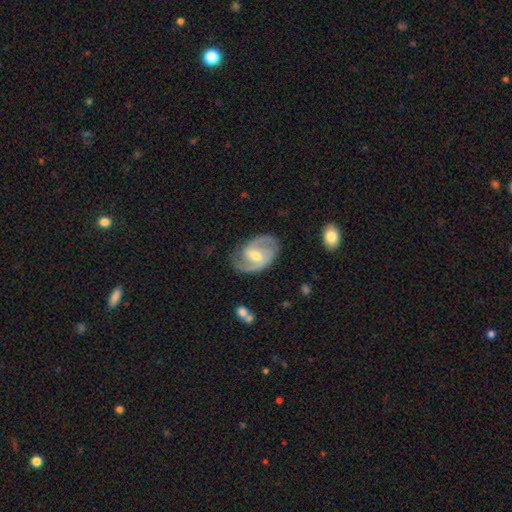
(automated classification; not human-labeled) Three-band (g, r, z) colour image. It shows a featured or disk galaxy (86%) with a weak bar (56%), 2 (86%) medium (55%) spiral arms (96%) and a moderate central bulge (59%). Merging: none (77%).